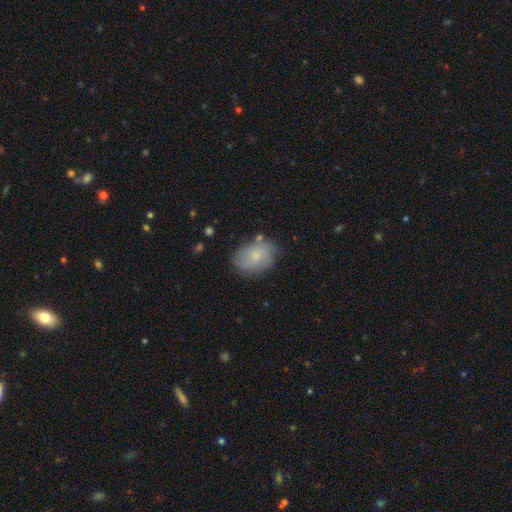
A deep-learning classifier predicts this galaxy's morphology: A smooth galaxy with no disk features (68%) that is in between round and cigar-shaped (73%).

Vote fractions:
- Smooth or featured? smooth: 68% / featured or disk: 24% / star or artifact: 8%
- How rounded? in between: 73% / round: 26% / cigar-shaped: 1%
- Merging? none: 71% / minor disturbance: 20% / major disturbance: 5% / merger: 4%